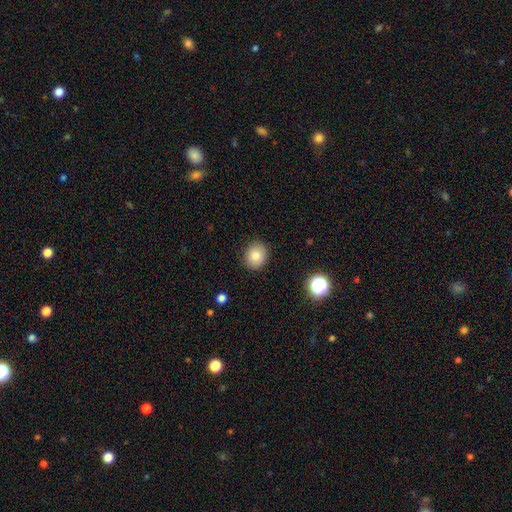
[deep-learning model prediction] The model was most divided on "how rounded": round: 70%, in between: 29%, cigar-shaped: 1%. More confident: merging — none (89%); smooth or featured — smooth (82%).